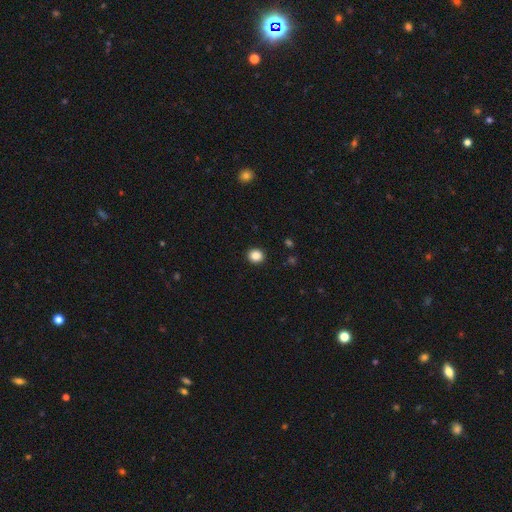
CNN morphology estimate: Smooth or featured? smooth (87%)
How rounded? round (83%)
Merging? none (92%)